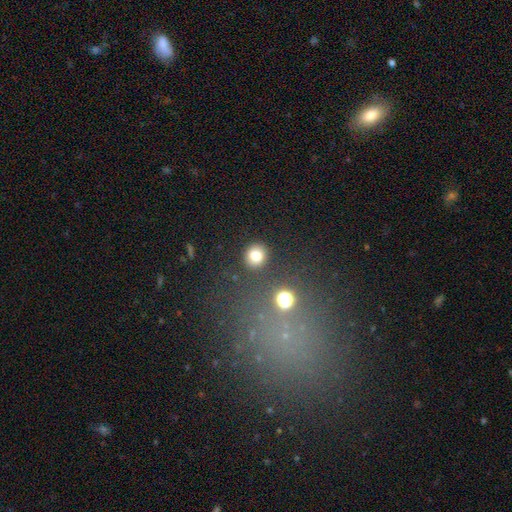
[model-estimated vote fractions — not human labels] Smooth or featured? smooth (79%)
How rounded? round (82%)
Merging? none (87%)